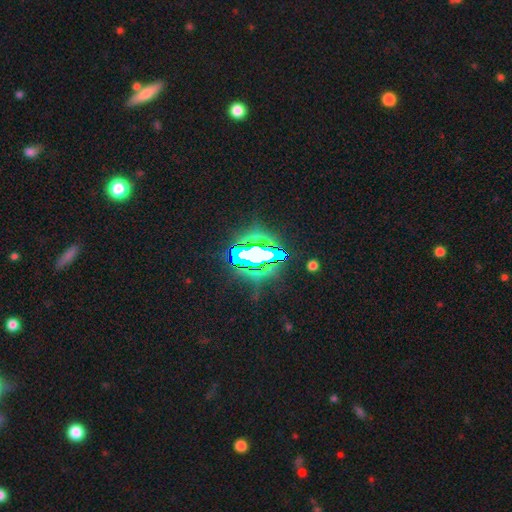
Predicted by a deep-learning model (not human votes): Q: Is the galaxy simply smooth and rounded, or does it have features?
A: star or artifact — 74%.